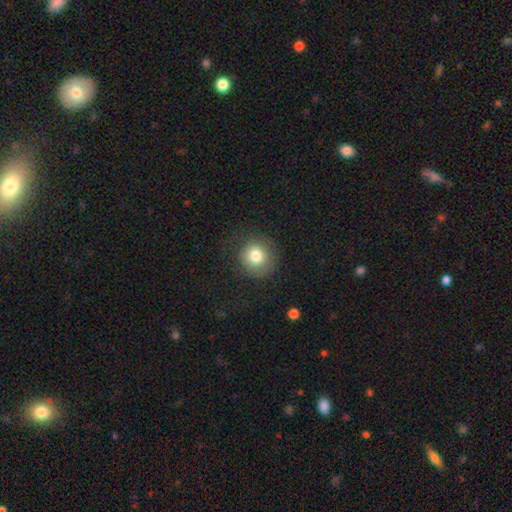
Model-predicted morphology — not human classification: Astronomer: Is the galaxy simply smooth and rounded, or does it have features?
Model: smooth — 79%.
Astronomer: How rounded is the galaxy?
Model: round — 91%.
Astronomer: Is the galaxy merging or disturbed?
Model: none — 78%.